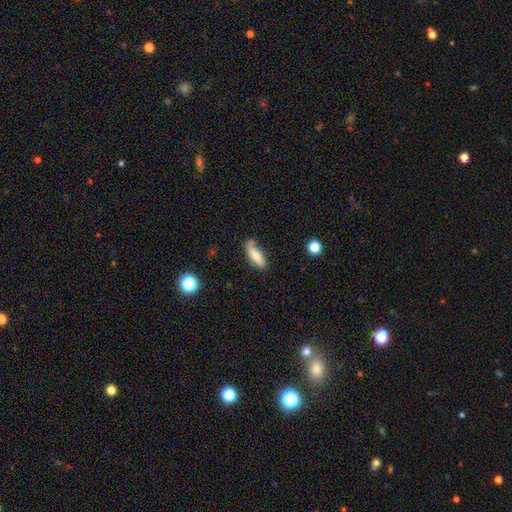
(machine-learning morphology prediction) A smooth galaxy with no disk features (76%) that is in between round and cigar-shaped (53%).

Vote fractions:
- Smooth or featured? smooth: 76% / featured or disk: 17% / star or artifact: 8%
- How rounded? in between: 53% / cigar-shaped: 44% / round: 2%
- Merging? none: 60% / minor disturbance: 25% / merger: 7% / major disturbance: 7%